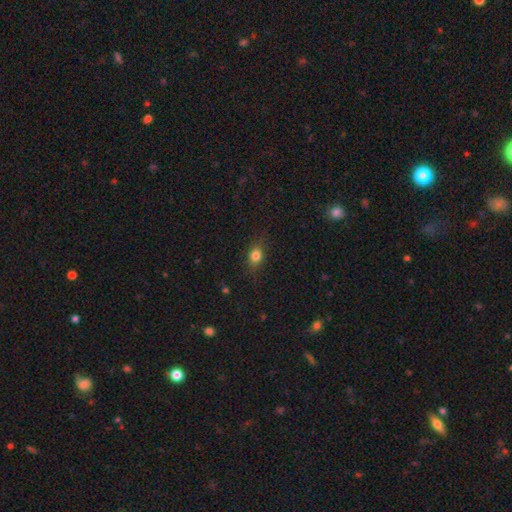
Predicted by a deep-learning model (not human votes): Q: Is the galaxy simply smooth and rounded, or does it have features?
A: smooth — 80%.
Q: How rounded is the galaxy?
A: in between — 59%.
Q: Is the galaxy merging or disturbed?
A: none — 81%.